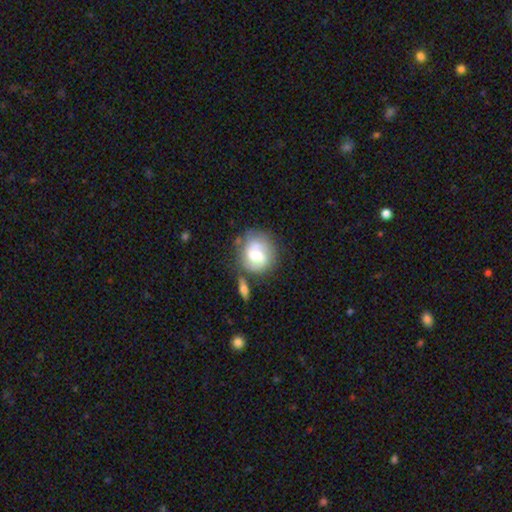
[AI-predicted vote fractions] A featured or disk galaxy (55%) with a weak bar (48%), spiral arms (76%) and a moderate central bulge (65%). Merging: none (60%).